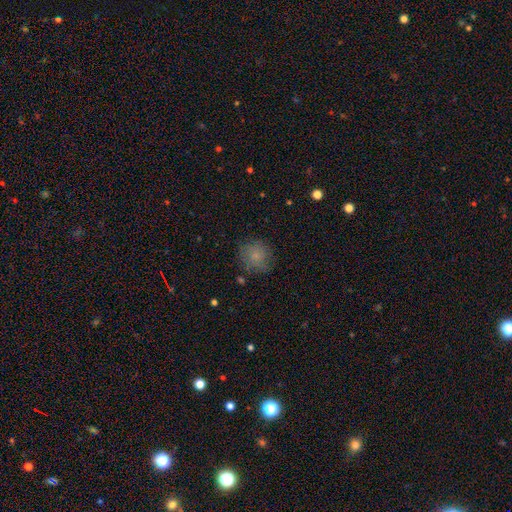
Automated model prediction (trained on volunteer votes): Morphology: type=smooth (80%); roundness=round (89%); merging=none (77%).